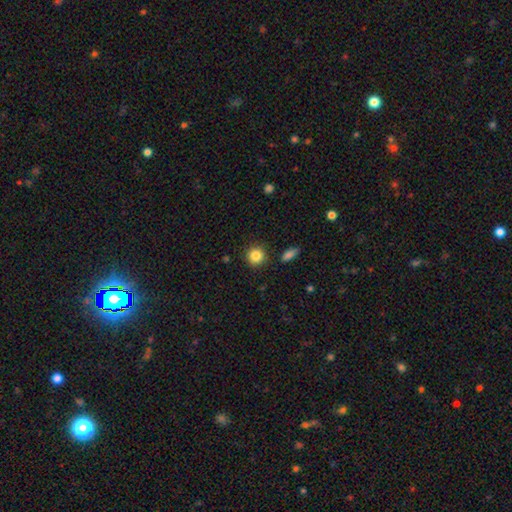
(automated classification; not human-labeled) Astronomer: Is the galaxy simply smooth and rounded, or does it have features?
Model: smooth — 85%.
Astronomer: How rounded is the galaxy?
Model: round — 91%.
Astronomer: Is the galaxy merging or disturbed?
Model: none — 88%.